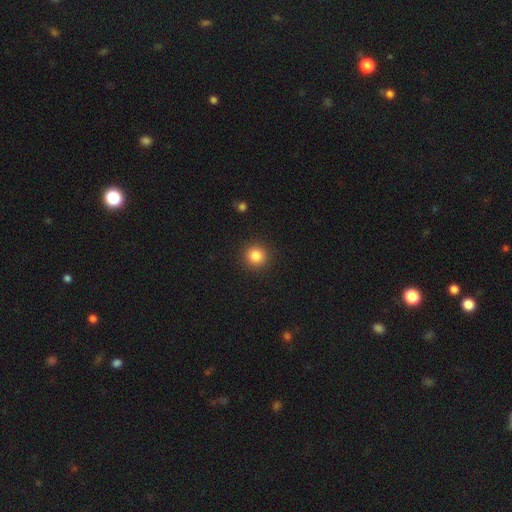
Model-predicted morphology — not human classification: smooth 84%, star or artifact 11%, featured or disk 5%. Down the decision tree: how rounded — round (92%); merging — none (91%).